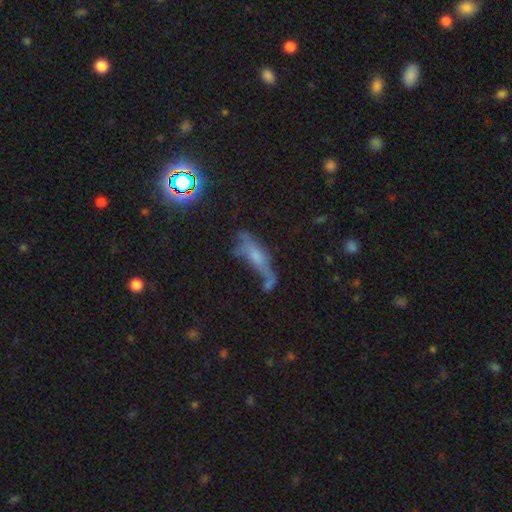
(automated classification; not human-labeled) Overall: smooth (41%; featured or disk 39%). Merging: none (33%; major disturbance 26%).